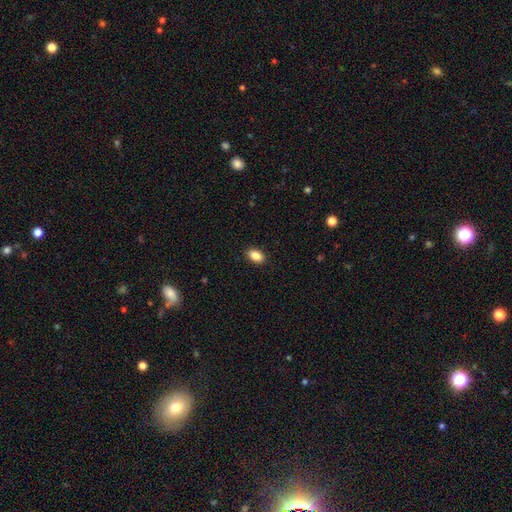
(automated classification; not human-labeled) Q: Smooth or featured?
A: smooth (87%); runner-up: star or artifact (8%)
Q: How rounded?
A: in between (88%); runner-up: round (10%)
Q: Merging?
A: none (90%); runner-up: minor disturbance (7%)